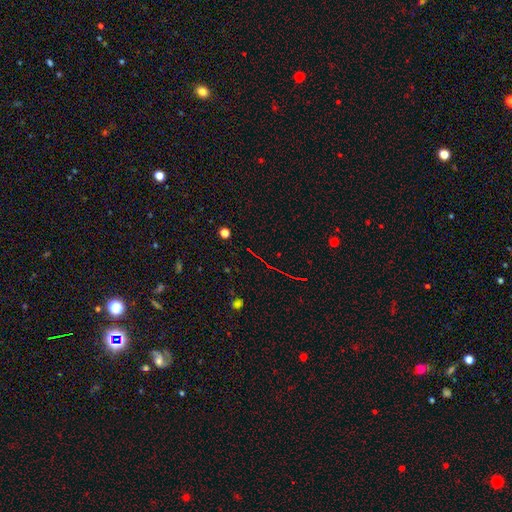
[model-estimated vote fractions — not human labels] smooth-or-featured: star or artifact: 70% | smooth: 17% | featured or disk: 13%